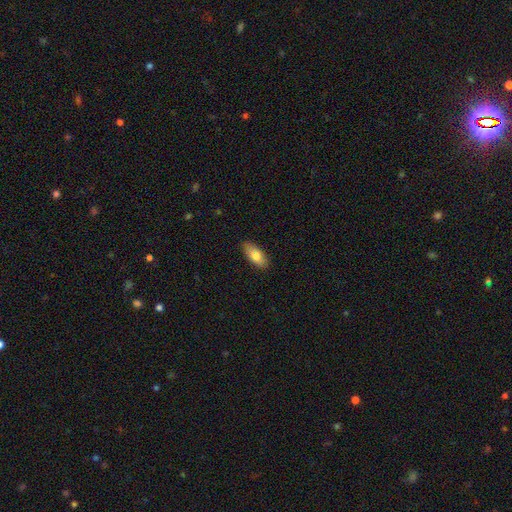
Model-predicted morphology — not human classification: A smooth galaxy with no disk features (74%) that is in between round and cigar-shaped (84%).

Vote fractions:
- Smooth or featured? smooth: 74% / featured or disk: 19% / star or artifact: 6%
- How rounded? in between: 84% / cigar-shaped: 12% / round: 3%
- Merging? none: 88% / minor disturbance: 10% / major disturbance: 2% / merger: 1%